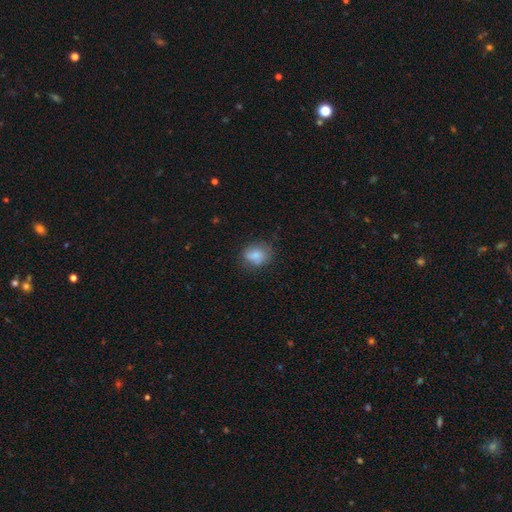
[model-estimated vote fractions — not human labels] A smooth galaxy with no disk features (78%) that is in between round and cigar-shaped (51%).

Vote fractions:
- Smooth or featured? smooth: 78% / featured or disk: 13% / star or artifact: 9%
- How rounded? in between: 51% / round: 48% / cigar-shaped: 1%
- Merging? none: 63% / minor disturbance: 26% / major disturbance: 8% / merger: 4%